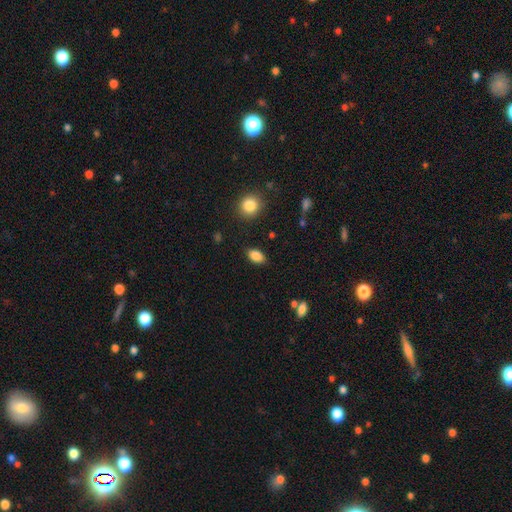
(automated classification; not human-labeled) Q: Smooth or featured?
A: smooth (86%); runner-up: star or artifact (9%)
Q: How rounded?
A: in between (89%); runner-up: round (9%)
Q: Merging?
A: none (86%); runner-up: minor disturbance (10%)